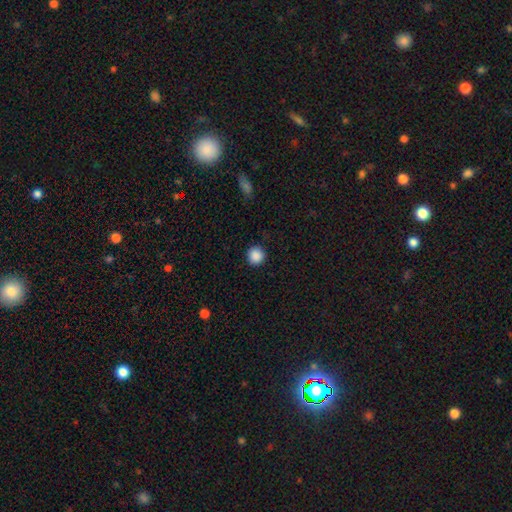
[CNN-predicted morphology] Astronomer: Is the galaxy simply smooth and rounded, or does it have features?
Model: smooth — 88%.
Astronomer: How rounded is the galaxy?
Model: round — 94%.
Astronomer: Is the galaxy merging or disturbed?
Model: none — 92%.